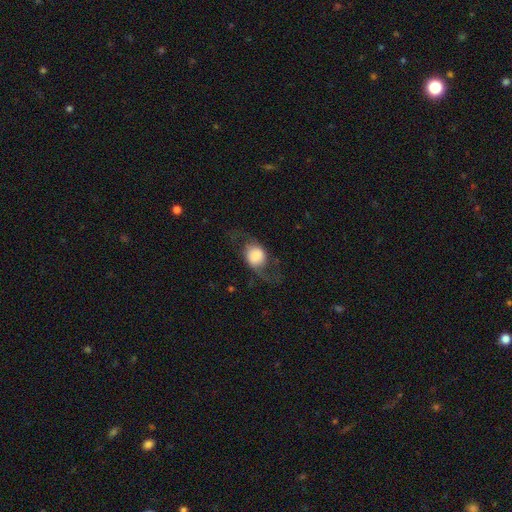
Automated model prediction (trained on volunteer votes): Q: Smooth or featured?
A: smooth (47%); runner-up: featured or disk (44%)
Q: Merging?
A: none (58%); runner-up: major disturbance (21%)